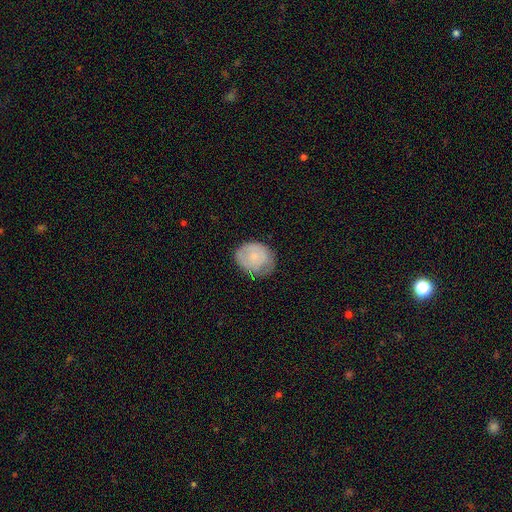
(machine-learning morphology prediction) This is likely a smooth galaxy (68%). How rounded: possibly round (57%). Merging: likely none (62%).